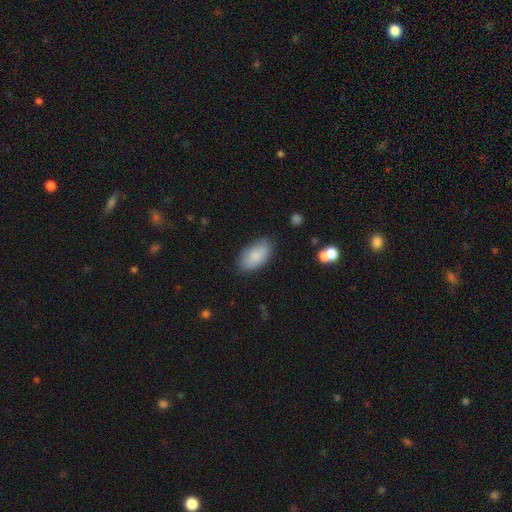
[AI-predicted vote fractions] The model was most divided on "merging": none: 80%, minor disturbance: 15%, major disturbance: 3%, merger: 2%. More confident: how rounded — in between (94%); smooth or featured — smooth (85%).